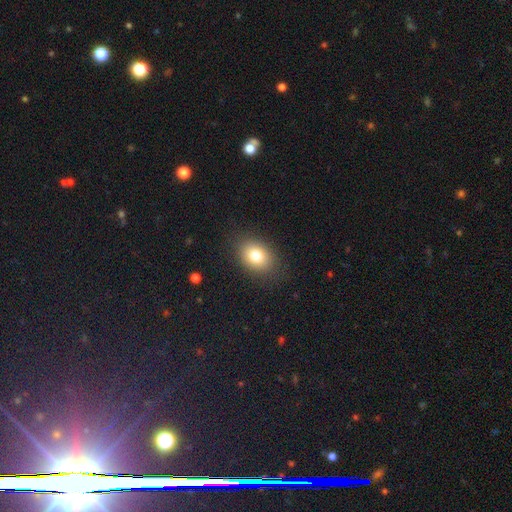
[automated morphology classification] Smooth or featured? Predicted: smooth (p=0.79). How rounded? Predicted: in between (p=0.65). Merging? Predicted: none (p=0.86).